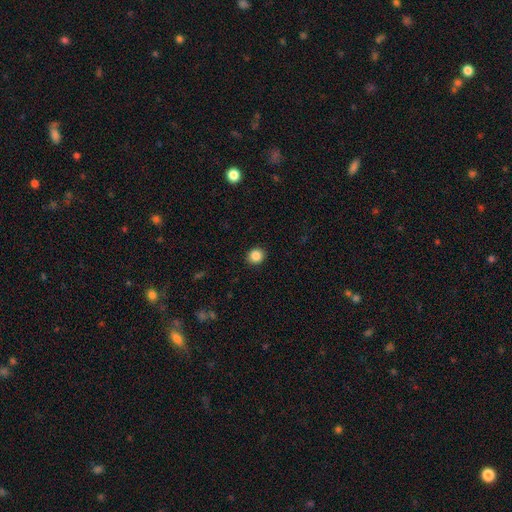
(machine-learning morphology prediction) Smooth or featured? Predicted: smooth (p=0.86). How rounded? Predicted: round (p=0.84). Merging? Predicted: none (p=0.91).